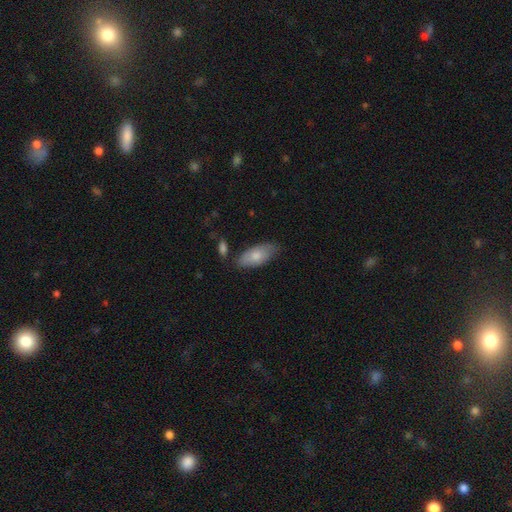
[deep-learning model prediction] Smooth or featured: smooth — 74% (featured or disk — 20%)
How rounded: in between — 90% (cigar-shaped — 7%)
Merging: none — 69% (minor disturbance — 23%)